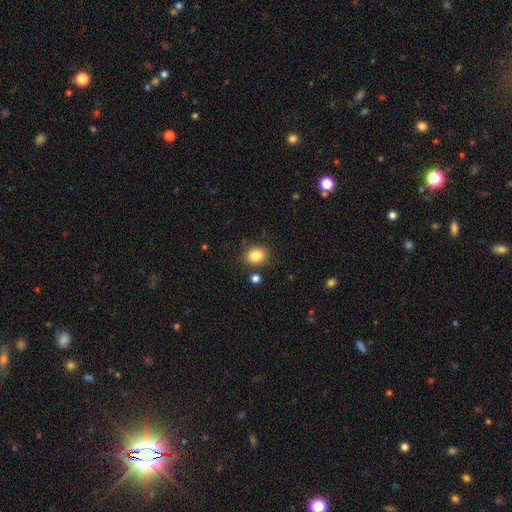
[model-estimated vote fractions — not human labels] A smooth galaxy with no disk features (84%) that is round (62%).

Vote fractions:
- Smooth or featured? smooth: 84% / star or artifact: 11% / featured or disk: 6%
- How rounded? round: 62% / in between: 37% / cigar-shaped: 1%
- Merging? none: 83% / minor disturbance: 10% / merger: 5% / major disturbance: 3%